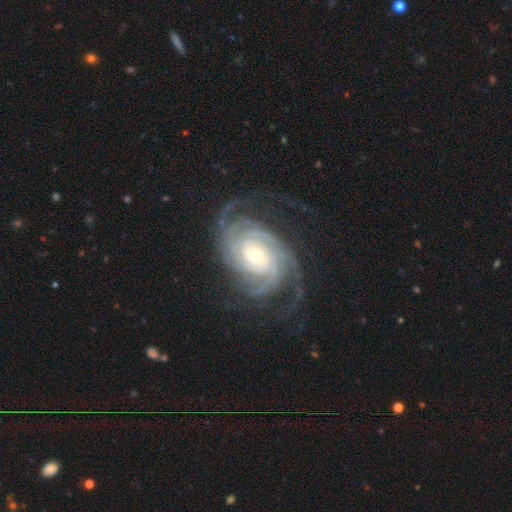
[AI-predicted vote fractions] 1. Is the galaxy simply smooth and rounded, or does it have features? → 92% featured or disk, 4% star or artifact, 3% smooth.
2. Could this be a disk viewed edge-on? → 97% no, 3% yes.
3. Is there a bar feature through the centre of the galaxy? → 68% no, 22% weak, 9% strong.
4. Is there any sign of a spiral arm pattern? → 98% yes, 2% no.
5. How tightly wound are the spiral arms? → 70% tight, 25% medium, 4% loose.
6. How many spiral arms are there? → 28% 4, 23% 3, 15% can't tell, 15% 2, 11% more than 4, 7% 1.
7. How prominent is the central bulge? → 61% small, 34% moderate, 4% large, 1% none, 1% dominant.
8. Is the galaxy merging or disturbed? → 72% none, 16% minor disturbance, 11% major disturbance, 1% merger.